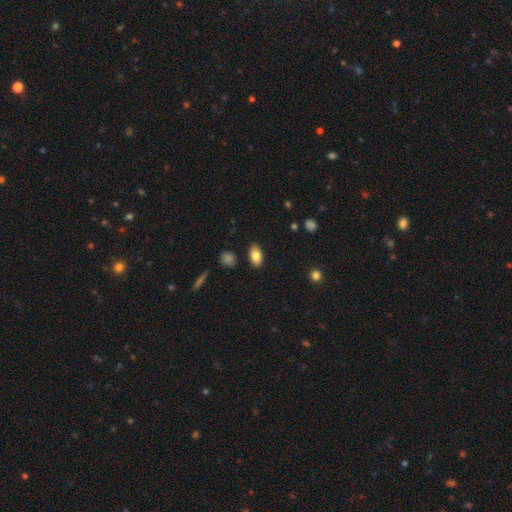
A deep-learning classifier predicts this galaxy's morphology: A smooth galaxy with no disk features (80%) that is in between round and cigar-shaped (91%).

Vote fractions:
- Smooth or featured? smooth: 80% / featured or disk: 12% / star or artifact: 8%
- How rounded? in between: 91% / round: 6% / cigar-shaped: 3%
- Merging? none: 87% / minor disturbance: 9% / major disturbance: 2% / merger: 2%